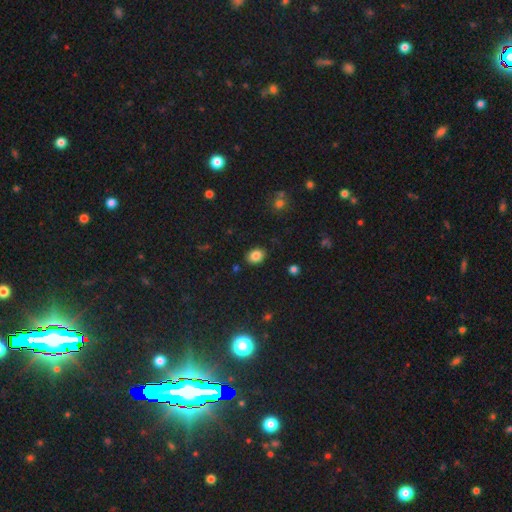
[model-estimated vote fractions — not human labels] Smooth or featured? smooth (85%)
How rounded? in between (70%)
Merging? none (86%)